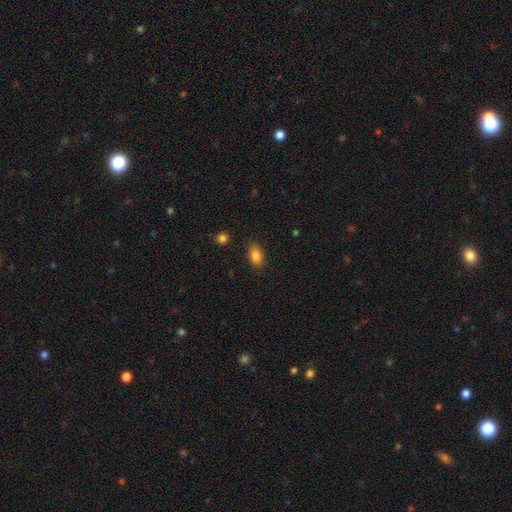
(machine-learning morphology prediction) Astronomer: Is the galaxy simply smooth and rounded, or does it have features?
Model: smooth — 84%.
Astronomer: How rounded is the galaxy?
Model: in between — 88%.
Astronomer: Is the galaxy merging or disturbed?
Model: none — 86%.